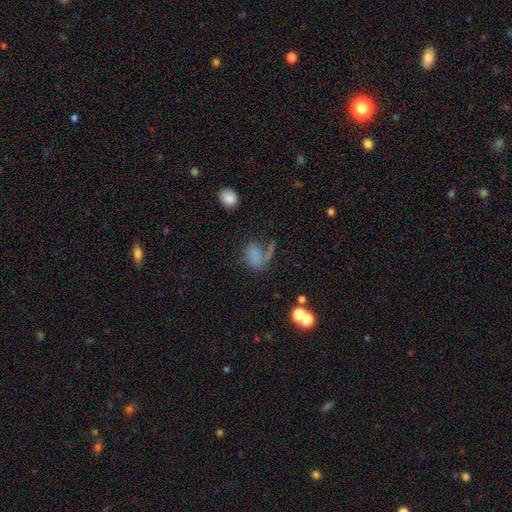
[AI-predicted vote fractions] Smooth or featured: smooth — 61% (featured or disk — 24%)
How rounded: in between — 54% (round — 44%)
Merging: none — 36% (tied with major disturbance — 36%)